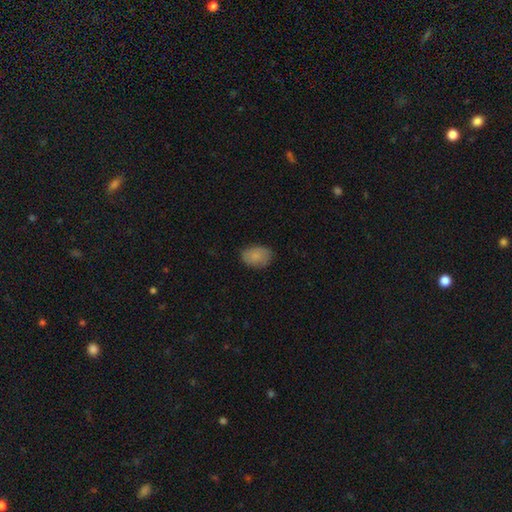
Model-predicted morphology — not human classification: type=smooth (82%); roundness=in between (77%); merging=none (76%).